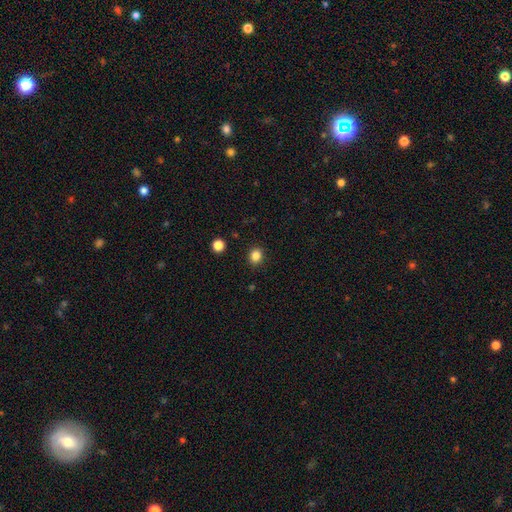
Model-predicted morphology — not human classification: This is clearly a smooth galaxy (84%). How rounded: likely round (71%). Merging: clearly none (90%).